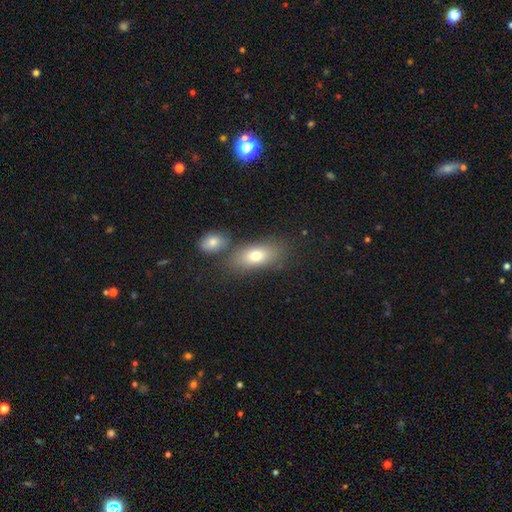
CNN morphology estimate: smooth_or_featured: smooth (p=0.74) [alt: featured or disk p=0.17]
how_rounded: in between (p=0.85) [alt: round p=0.09]
merging: none (p=0.61) [alt: merger p=0.21]